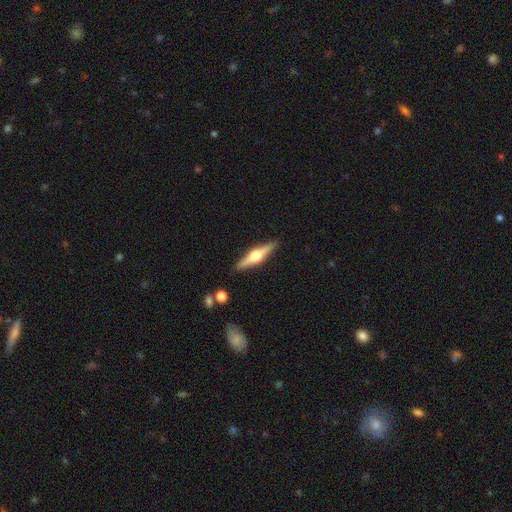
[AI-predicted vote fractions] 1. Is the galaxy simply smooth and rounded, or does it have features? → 74% featured or disk, 21% smooth, 5% star or artifact.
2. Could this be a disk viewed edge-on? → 98% yes, 2% no.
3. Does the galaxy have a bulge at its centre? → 94% rounded, 4% boxy, 2% none.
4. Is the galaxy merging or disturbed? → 90% none, 7% minor disturbance, 2% major disturbance, 2% merger.